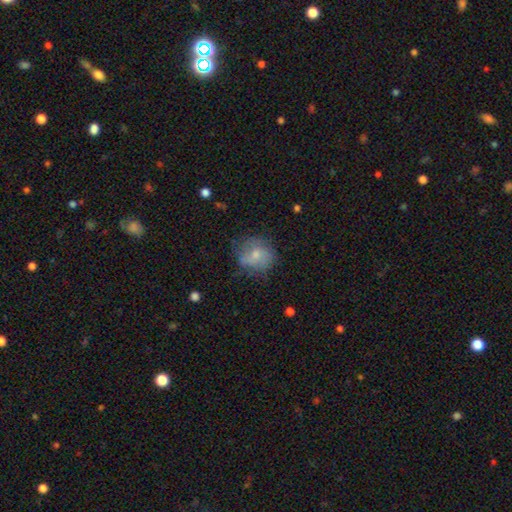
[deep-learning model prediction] smooth-or-featured: smooth: 63% | featured or disk: 29% | star or artifact: 8%
  how-rounded: round: 77% | in between: 22% | cigar-shaped: 1%
  merging: none: 61% | minor disturbance: 26% | major disturbance: 12% | merger: 2%